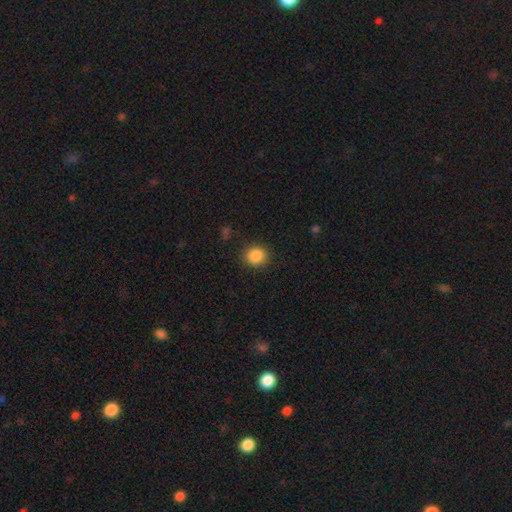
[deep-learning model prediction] The model was most divided on "how rounded": round: 82%, in between: 17%, cigar-shaped: 1%. More confident: merging — none (88%); smooth or featured — smooth (87%).